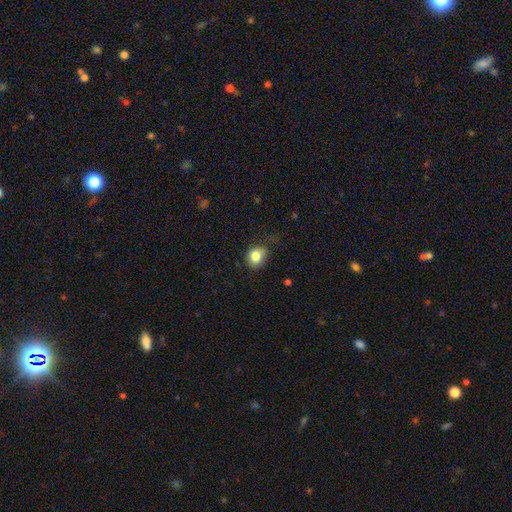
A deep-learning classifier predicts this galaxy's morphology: This is clearly a smooth galaxy (84%). How rounded: likely round (69%). Merging: likely none (67%).